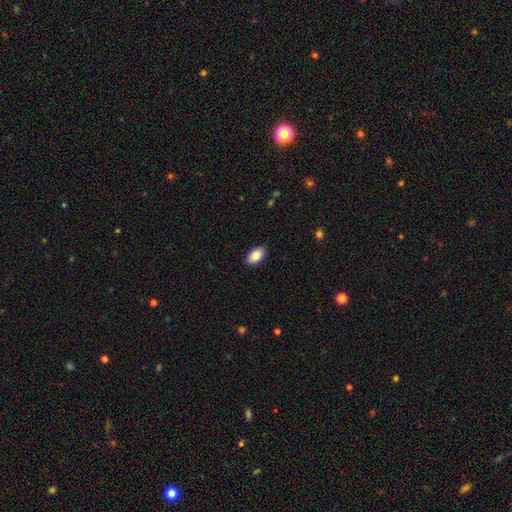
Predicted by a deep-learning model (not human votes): Morphology: type=smooth (87%); roundness=in between (93%); merging=none (88%).